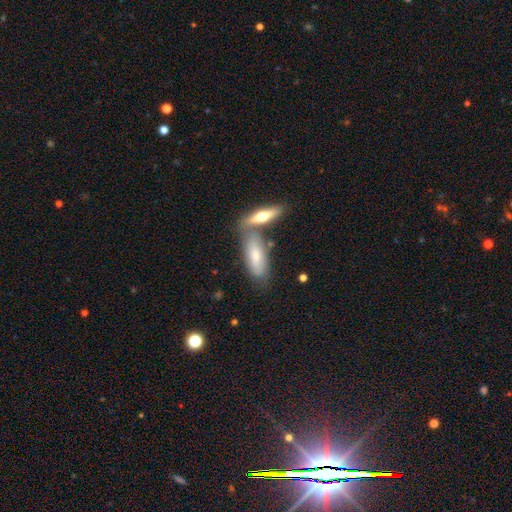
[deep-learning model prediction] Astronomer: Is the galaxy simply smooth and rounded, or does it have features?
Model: smooth — 62%.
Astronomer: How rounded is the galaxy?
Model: in between — 67%.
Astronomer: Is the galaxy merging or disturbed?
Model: none — 49% (runner-up: merger, 33%).